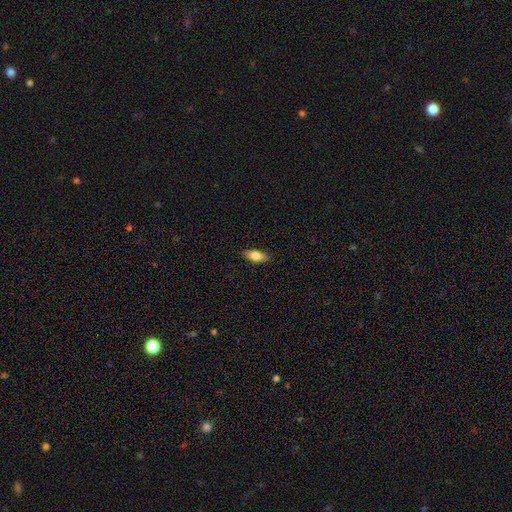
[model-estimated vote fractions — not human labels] This appears to be a smooth galaxy with no disk features (75%) that is in between round and cigar-shaped (81%). Merging: none (88%).